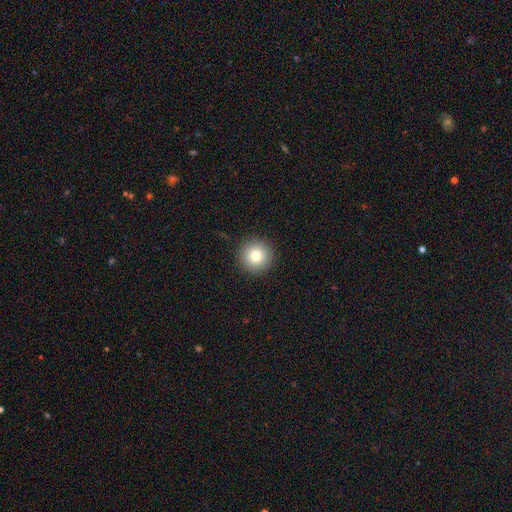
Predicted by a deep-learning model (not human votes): Morphology: type=smooth (80%); roundness=round (96%); merging=none (92%).